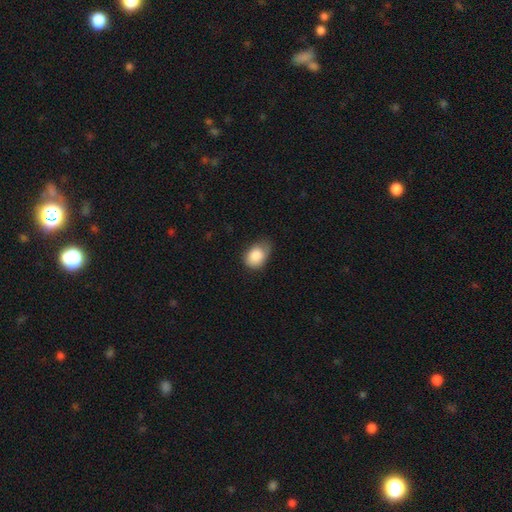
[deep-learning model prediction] Overall: smooth (86%). How rounded: in between (75%). Merging: none (46%; minor disturbance 42%).